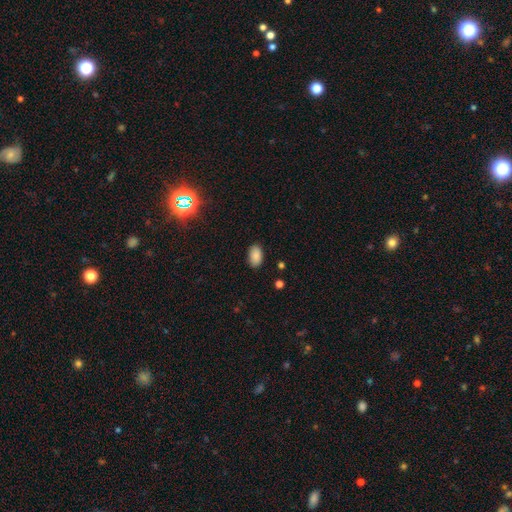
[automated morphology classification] A smooth galaxy with no disk features (87%) that is in between round and cigar-shaped (93%). Merging: none (87%).